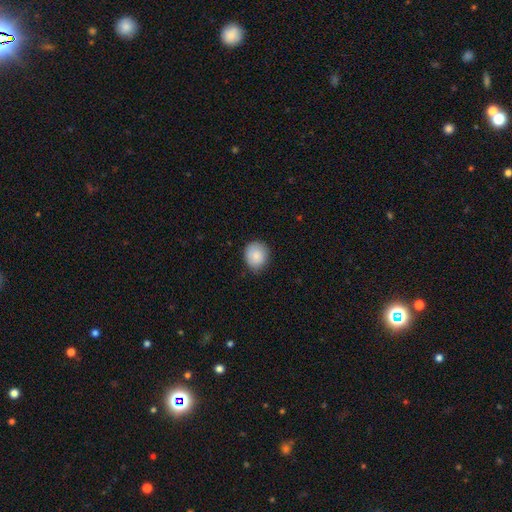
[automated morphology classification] Smooth or featured: smooth — 87% (star or artifact — 7%)
How rounded: round — 78% (in between — 22%)
Merging: none — 79% (minor disturbance — 17%)